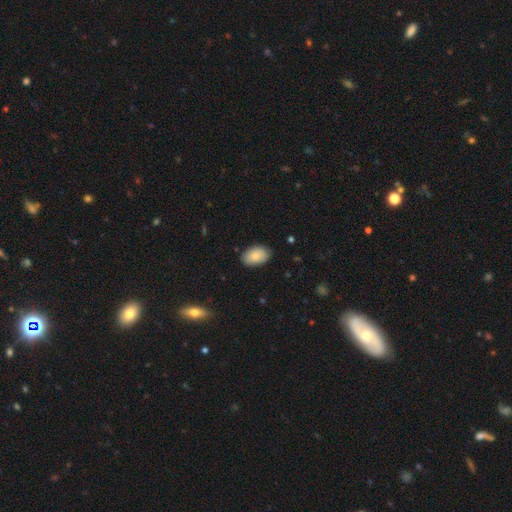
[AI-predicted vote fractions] This is clearly a smooth galaxy (85%). How rounded: clearly in between (92%). Merging: clearly none (85%).